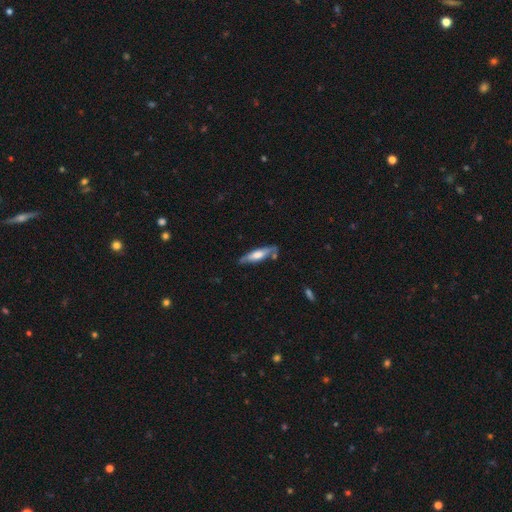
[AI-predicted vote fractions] Morphology: type=featured or disk (54%); edge-on=yes (75%); merging=none (71%).